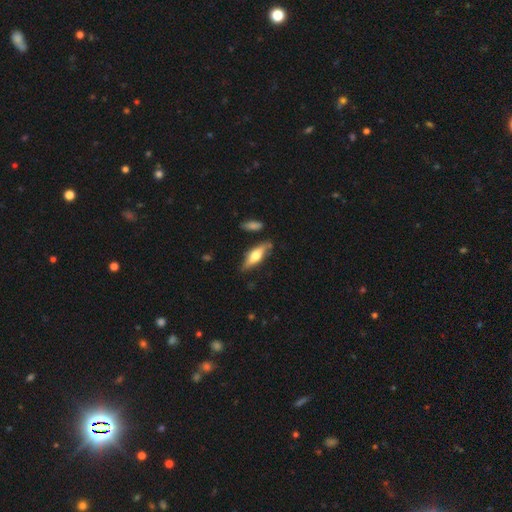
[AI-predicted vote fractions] Smooth or featured: smooth — 48% (featured or disk — 46%)
Merging: none — 77% (minor disturbance — 15%)